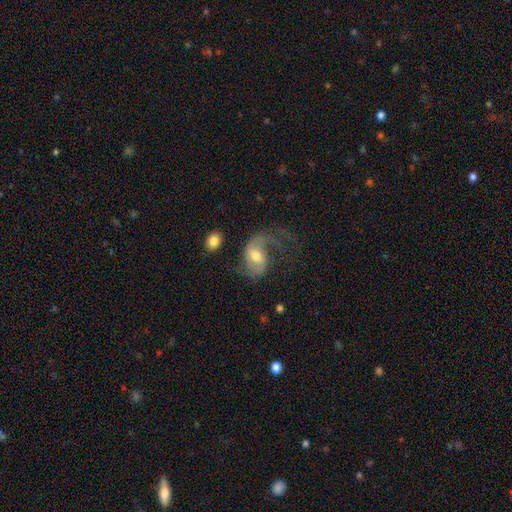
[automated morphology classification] type=featured or disk (73%); edge-on=no (97%); bar=weak (44%); spiral arms=yes (90%); winding=loose (65%); arm count=2 (64%); bulge=moderate (65%); merging=major disturbance (39%, tied with none).